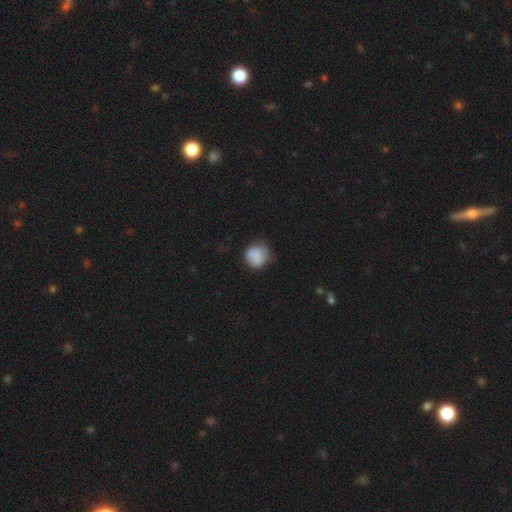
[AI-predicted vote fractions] Morphology: type=smooth (82%); roundness=round (82%); merging=none (59%).